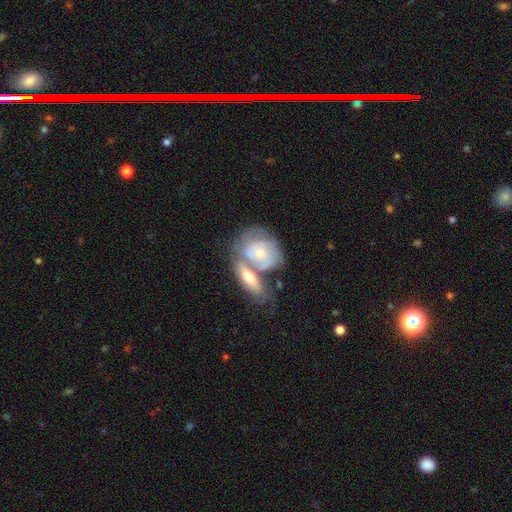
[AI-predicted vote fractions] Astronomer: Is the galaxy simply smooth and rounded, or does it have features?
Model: featured or disk — 60%.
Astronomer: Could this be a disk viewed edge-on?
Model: no — 89%.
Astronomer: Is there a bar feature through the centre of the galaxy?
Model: no — 72%.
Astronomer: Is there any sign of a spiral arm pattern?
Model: yes — 72%.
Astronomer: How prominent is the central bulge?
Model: small — 54% (runner-up: moderate, 38%).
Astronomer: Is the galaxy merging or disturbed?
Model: merger — 55%.